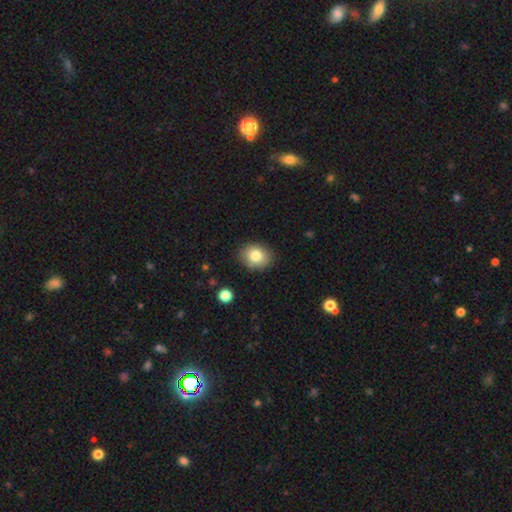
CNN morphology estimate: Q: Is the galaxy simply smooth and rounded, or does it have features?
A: smooth — 81%.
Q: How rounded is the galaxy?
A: round — 50%.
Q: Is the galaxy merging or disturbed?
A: none — 86%.